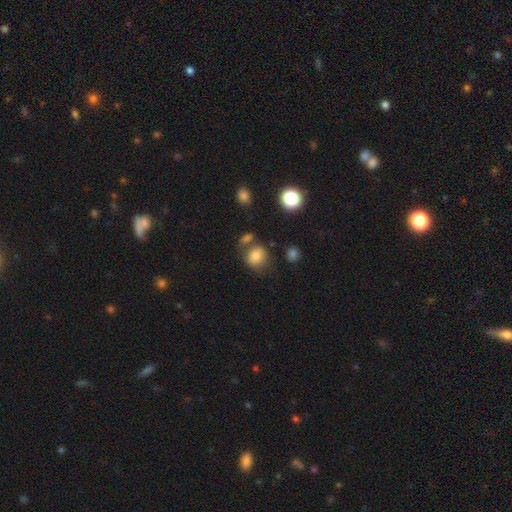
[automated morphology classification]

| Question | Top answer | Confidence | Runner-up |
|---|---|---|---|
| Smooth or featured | smooth | 80% | star or artifact (12%) |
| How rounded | round | 72% | in between (27%) |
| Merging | none | 60% | merger (17%) |